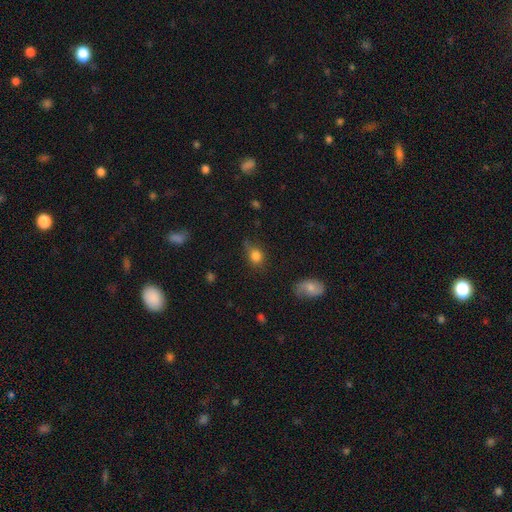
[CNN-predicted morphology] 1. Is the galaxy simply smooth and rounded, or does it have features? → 81% smooth, 11% star or artifact, 8% featured or disk.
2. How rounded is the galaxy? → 63% round, 35% in between, 2% cigar-shaped.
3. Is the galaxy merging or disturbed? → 57% none, 28% minor disturbance, 11% major disturbance, 4% merger.